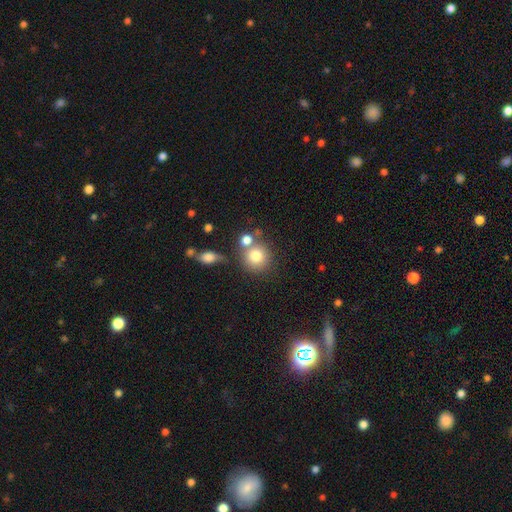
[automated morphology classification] Smooth or featured? smooth (78%)
How rounded? round (88%)
Merging? none (60%)